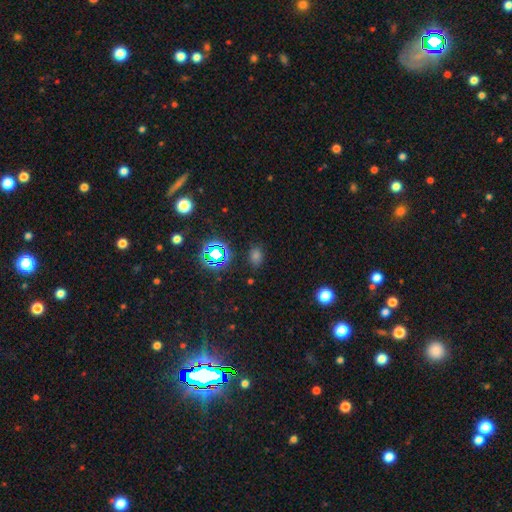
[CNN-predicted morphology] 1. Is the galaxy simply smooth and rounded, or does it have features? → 55% smooth, 38% star or artifact, 7% featured or disk.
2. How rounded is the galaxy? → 64% in between, 34% round, 2% cigar-shaped.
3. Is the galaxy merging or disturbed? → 83% none, 11% minor disturbance, 4% major disturbance, 2% merger.